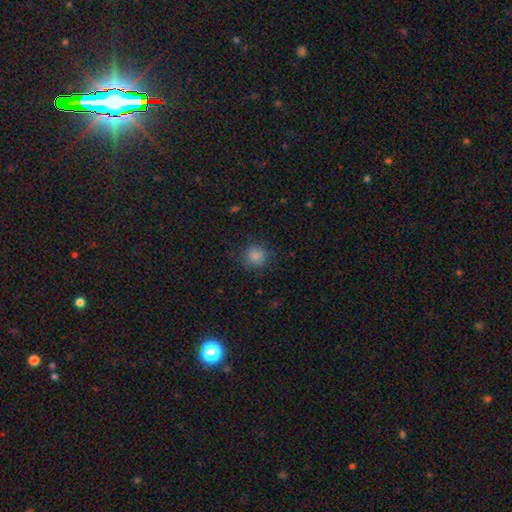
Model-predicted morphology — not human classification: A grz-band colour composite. It shows a smooth galaxy with no disk features (84%) that is round (88%). Merging: none (82%).